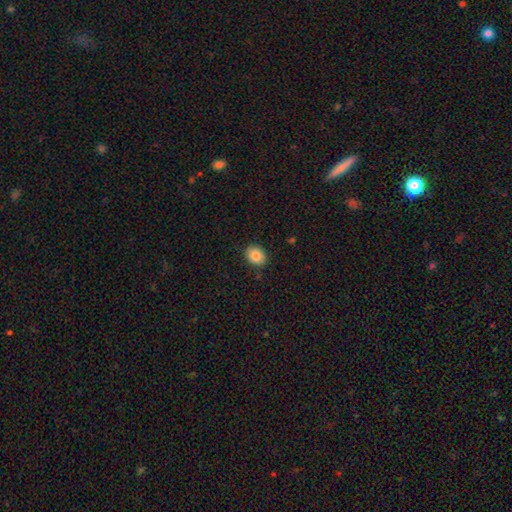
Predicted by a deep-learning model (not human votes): smooth-or-featured: smooth: 85% | star or artifact: 9% | featured or disk: 7%
  how-rounded: in between: 53% | round: 46% | cigar-shaped: 1%
  merging: none: 88% | minor disturbance: 9% | major disturbance: 2% | merger: 1%